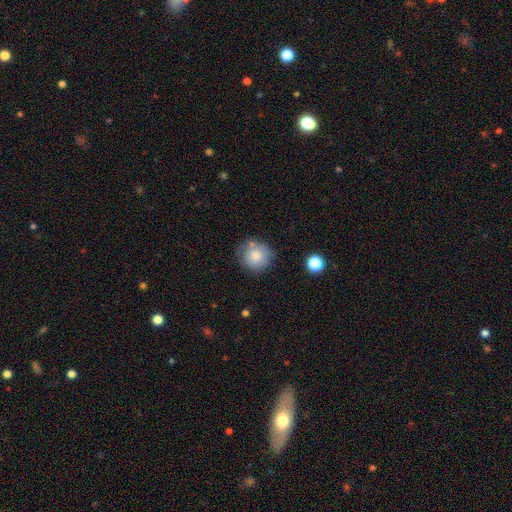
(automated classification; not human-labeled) Smooth or featured? Predicted: smooth (p=0.79). How rounded? Predicted: round (p=0.89). Merging? Predicted: none (p=0.68).